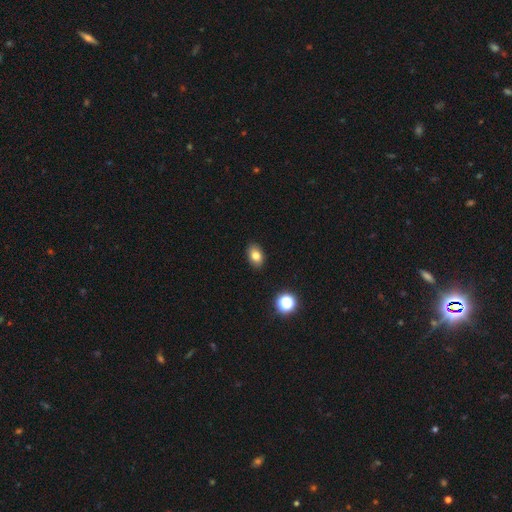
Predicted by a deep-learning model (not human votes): This appears to be a smooth galaxy with no disk features (80%) that is in between round and cigar-shaped (82%). Merging: none (88%).